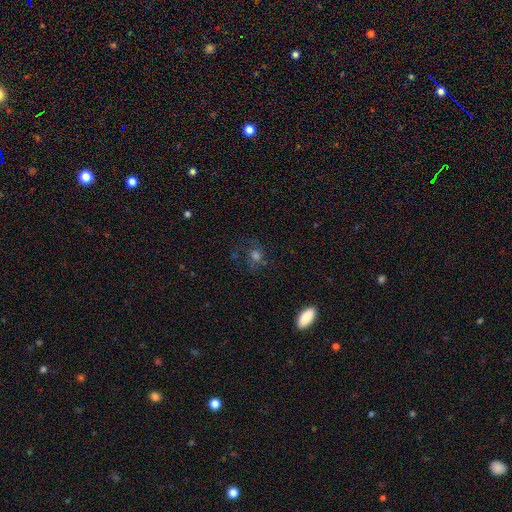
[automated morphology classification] type=smooth (43%); merging=none (66%).